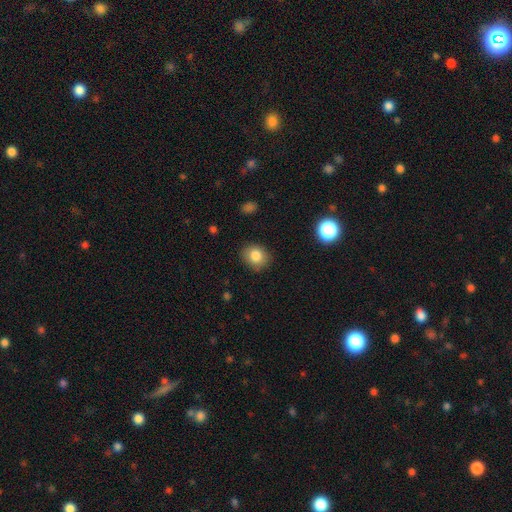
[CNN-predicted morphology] Smooth or featured? Predicted: smooth (p=0.83). How rounded? Predicted: round (p=0.63). Merging? Predicted: none (p=0.85).